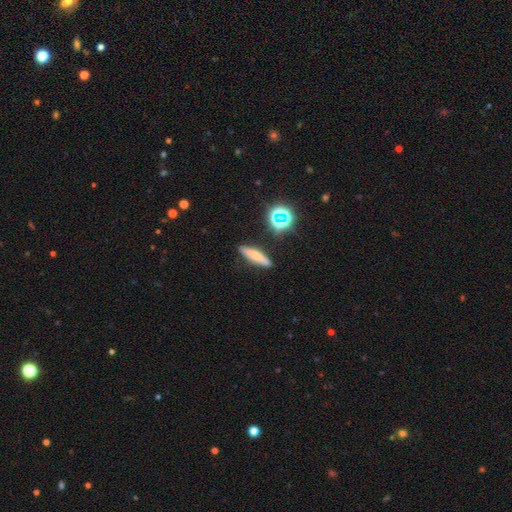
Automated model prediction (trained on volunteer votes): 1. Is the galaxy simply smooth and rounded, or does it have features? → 62% smooth, 25% featured or disk, 13% star or artifact.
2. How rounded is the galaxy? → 77% cigar-shaped, 18% in between, 4% round.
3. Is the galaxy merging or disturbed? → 85% none, 10% minor disturbance, 3% merger, 3% major disturbance.